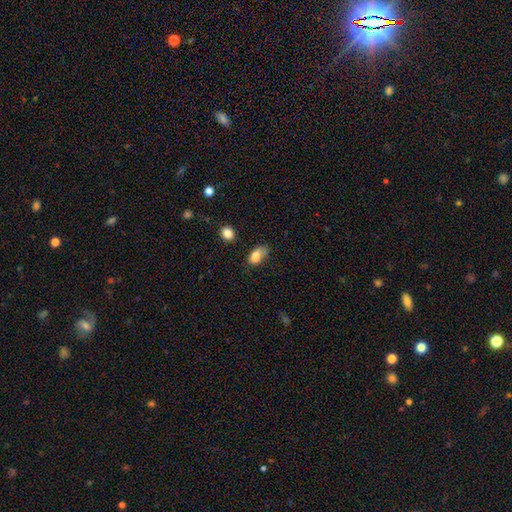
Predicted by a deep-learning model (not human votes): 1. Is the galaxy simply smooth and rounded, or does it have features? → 78% smooth, 12% featured or disk, 10% star or artifact.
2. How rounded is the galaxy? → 87% in between, 9% round, 4% cigar-shaped.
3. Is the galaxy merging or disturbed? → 43% none, 32% minor disturbance, 13% major disturbance, 11% merger.